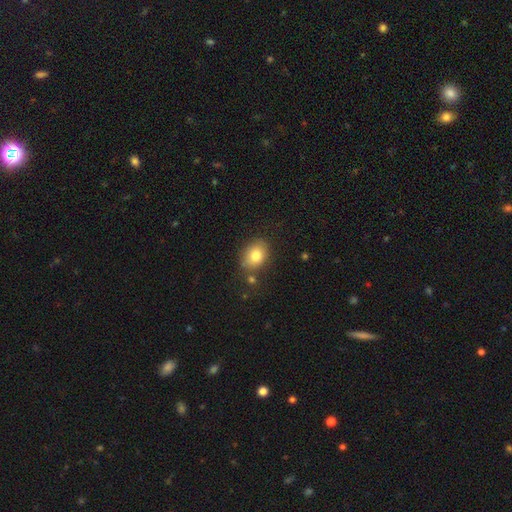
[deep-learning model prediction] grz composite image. It shows a smooth galaxy with no disk features (80%) that is in between round and cigar-shaped (62%). Merging: none (75%).